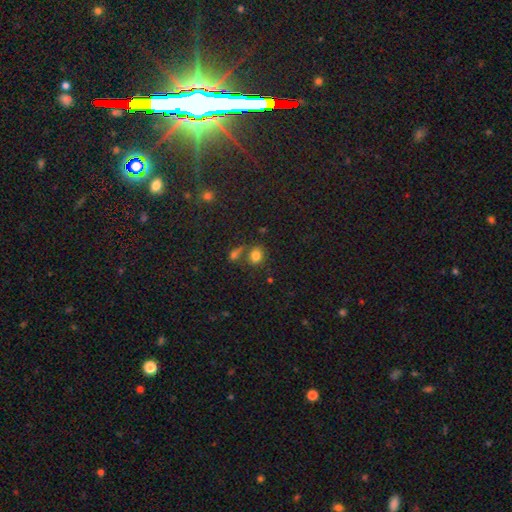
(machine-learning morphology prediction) A smooth galaxy with no disk features (78%) that is round (50%).

Vote fractions:
- Smooth or featured? smooth: 78% / star or artifact: 13% / featured or disk: 9%
- How rounded? round: 50% / in between: 49% / cigar-shaped: 2%
- Merging? none: 59% / merger: 23% / minor disturbance: 13% / major disturbance: 6%